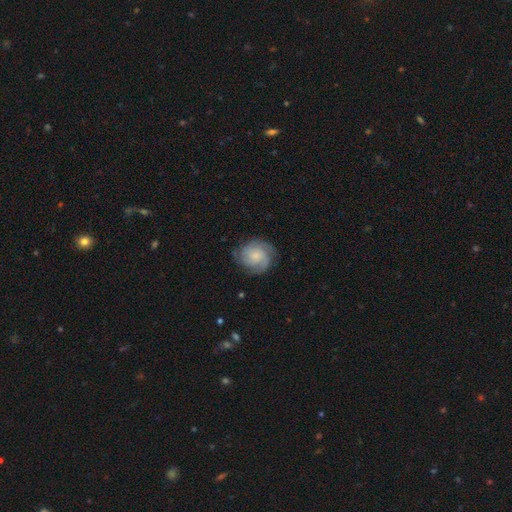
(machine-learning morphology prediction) featured or disk 70%, smooth 23%, star or artifact 7%. Down the decision tree: edge-on disk — no (98%); bar — no (73%); spiral arms — yes (95%); spiral arm count — 3 (36%); spiral winding — tight (59%); bulge size — small (44%); merging — none (76%).